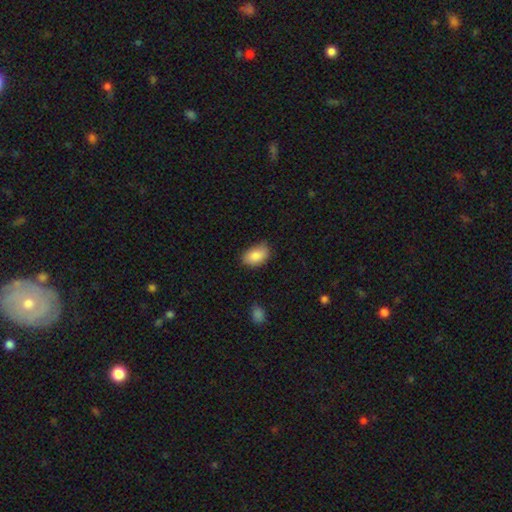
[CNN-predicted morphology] A smooth galaxy with no disk features (88%) that is in between round and cigar-shaped (91%). Merging: none (72%).